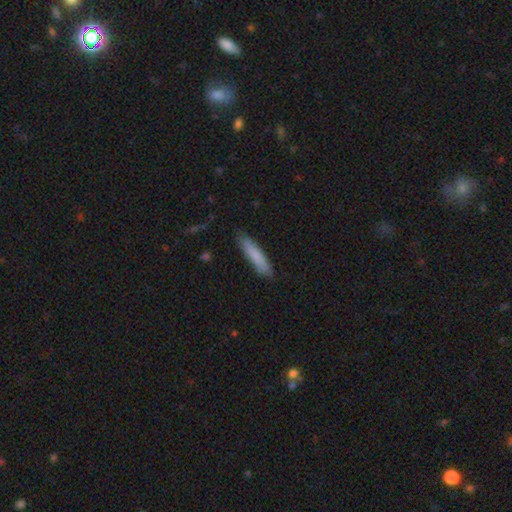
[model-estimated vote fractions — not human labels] A smooth galaxy with no disk features (82%) that is cigar-shaped (87%). Merging: none (85%).